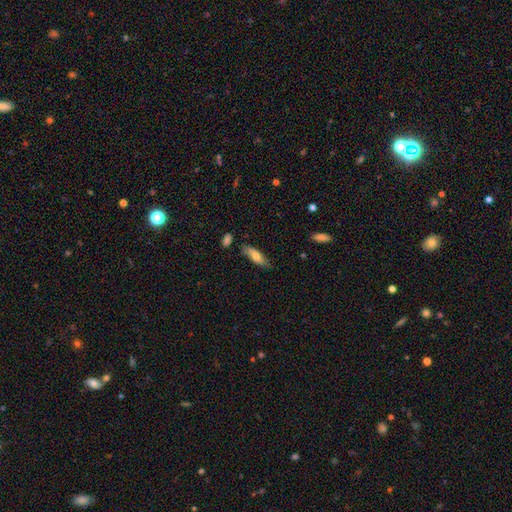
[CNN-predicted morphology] smooth-or-featured: smooth: 67% | featured or disk: 26% | star or artifact: 7%
  how-rounded: in between: 51% | cigar-shaped: 47% | round: 2%
  merging: none: 75% | minor disturbance: 19% | major disturbance: 4% | merger: 3%